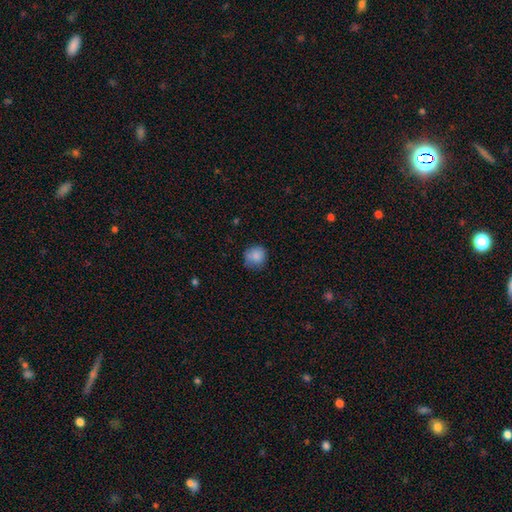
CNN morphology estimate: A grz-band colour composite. It shows a smooth galaxy with no disk features (85%) that is round (87%). Merging: none (71%).